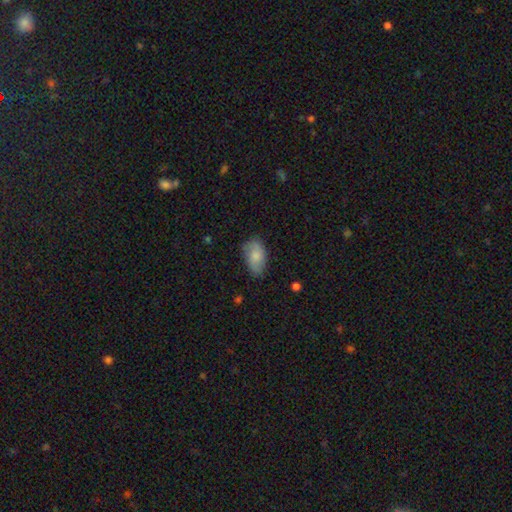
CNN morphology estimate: type=smooth (75%); roundness=in between (92%); merging=none (67%).